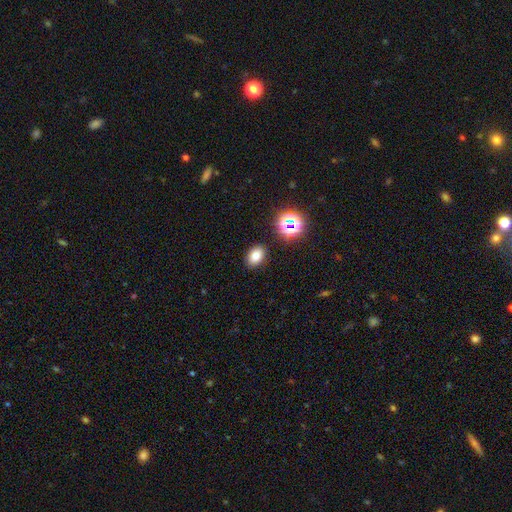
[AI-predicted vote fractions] Q: Smooth or featured?
A: smooth (76%); runner-up: star or artifact (17%)
Q: How rounded?
A: in between (77%); runner-up: round (22%)
Q: Merging?
A: none (87%); runner-up: minor disturbance (8%)